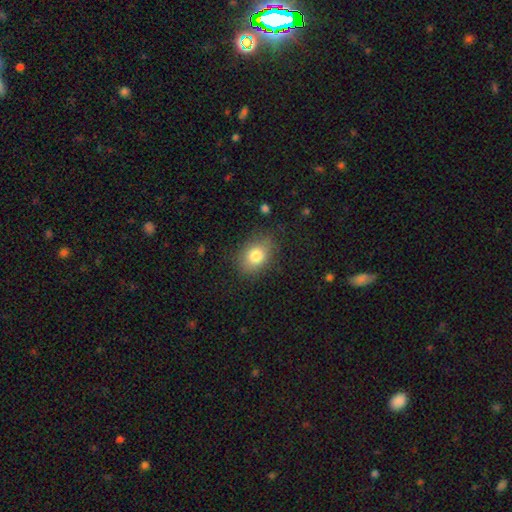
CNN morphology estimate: smooth-or-featured: smooth: 81% | featured or disk: 10% | star or artifact: 9%
  how-rounded: in between: 70% | round: 28% | cigar-shaped: 1%
  merging: none: 79% | minor disturbance: 15% | major disturbance: 5% | merger: 1%